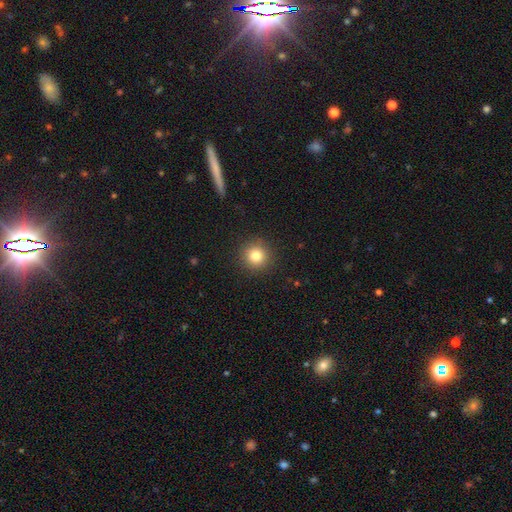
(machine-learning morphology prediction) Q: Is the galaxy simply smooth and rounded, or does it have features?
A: smooth — 81%.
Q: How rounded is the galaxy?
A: round — 95%.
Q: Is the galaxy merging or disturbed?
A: none — 92%.